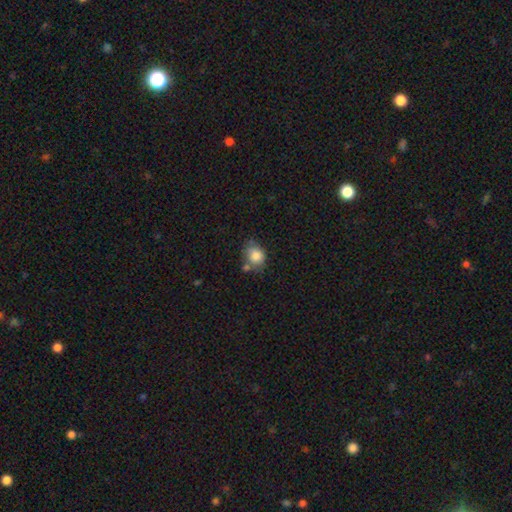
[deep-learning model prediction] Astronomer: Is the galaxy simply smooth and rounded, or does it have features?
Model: smooth — 81%.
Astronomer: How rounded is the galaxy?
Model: round — 57% (runner-up: in between, 42%).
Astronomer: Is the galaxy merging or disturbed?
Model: none — 50%.